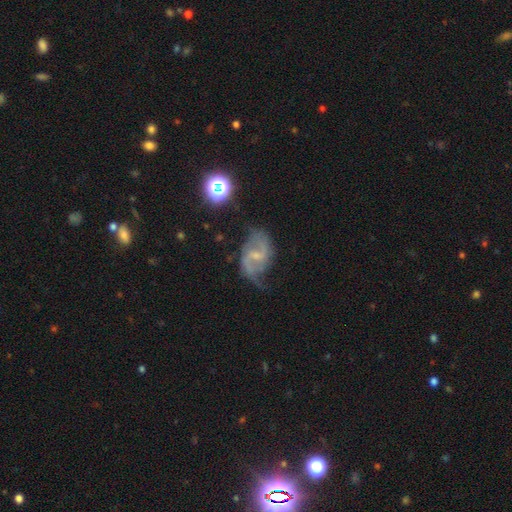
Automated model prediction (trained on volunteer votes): featured or disk 82%, smooth 9%, star or artifact 8%. Down the decision tree: edge-on disk — no (97%); bar — weak (57%); spiral arms — yes (94%); spiral arm count — 2 (89%); spiral winding — loose (52%); bulge size — small (60%); merging — none (63%).